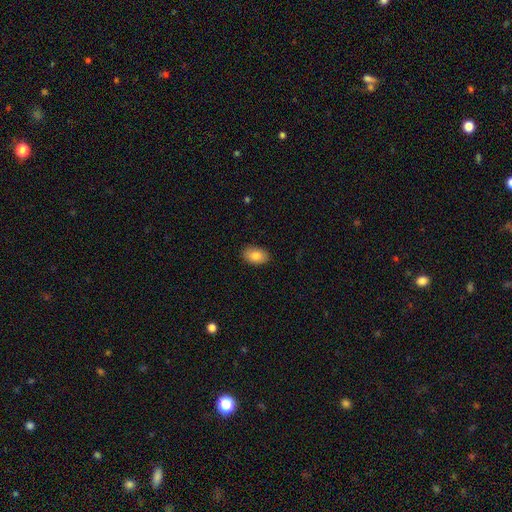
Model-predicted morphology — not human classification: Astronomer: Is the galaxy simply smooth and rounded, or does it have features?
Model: smooth — 84%.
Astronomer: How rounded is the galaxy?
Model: in between — 89%.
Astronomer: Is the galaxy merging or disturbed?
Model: none — 88%.